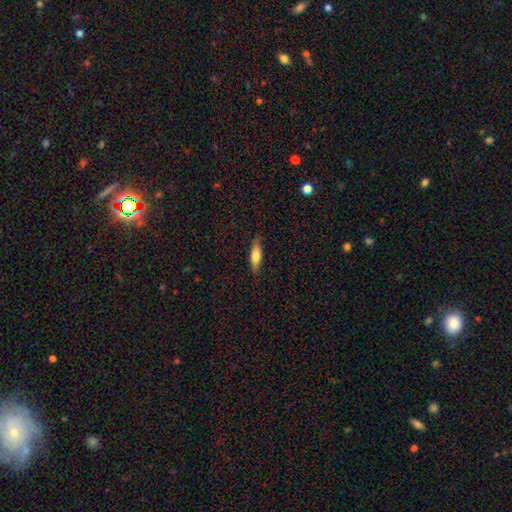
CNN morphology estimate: Smooth or featured? smooth (68%)
How rounded? cigar-shaped (60%)
Merging? none (85%)